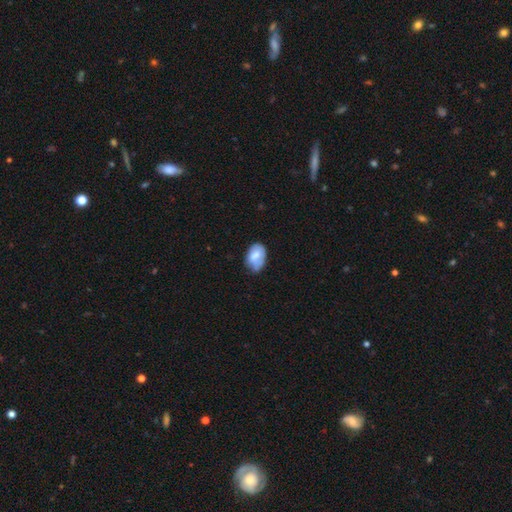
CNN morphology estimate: smooth_or_featured: smooth (p=0.66) [alt: featured or disk p=0.27]
how_rounded: in between (p=0.84) [alt: round p=0.15]
merging: none (p=0.42) [alt: minor disturbance p=0.41]